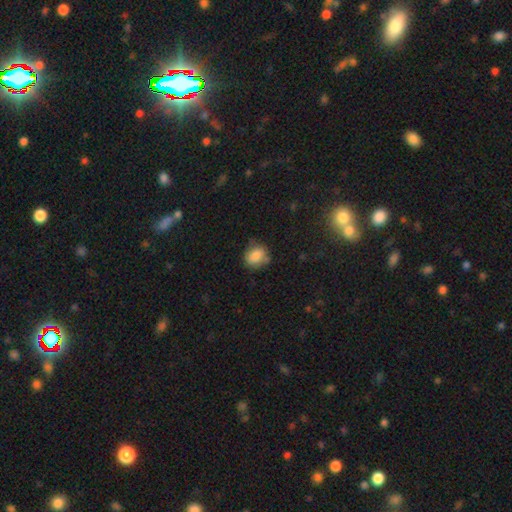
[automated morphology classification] The model was most divided on "how rounded": round: 57%, in between: 42%, cigar-shaped: 1%. More confident: smooth or featured — smooth (79%); merging — none (66%).